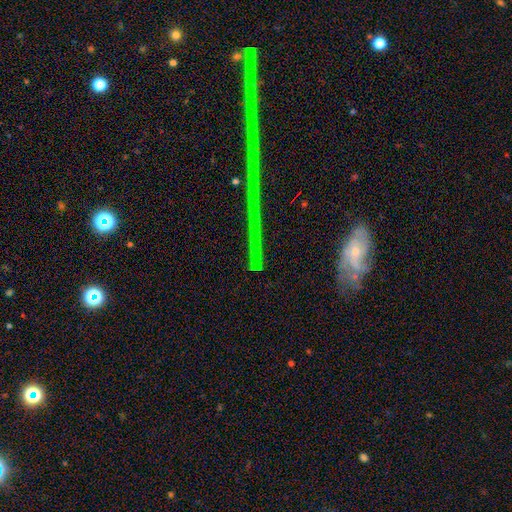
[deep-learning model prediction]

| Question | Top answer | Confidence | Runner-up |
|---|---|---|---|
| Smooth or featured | star or artifact | 76% | featured or disk (14%) |